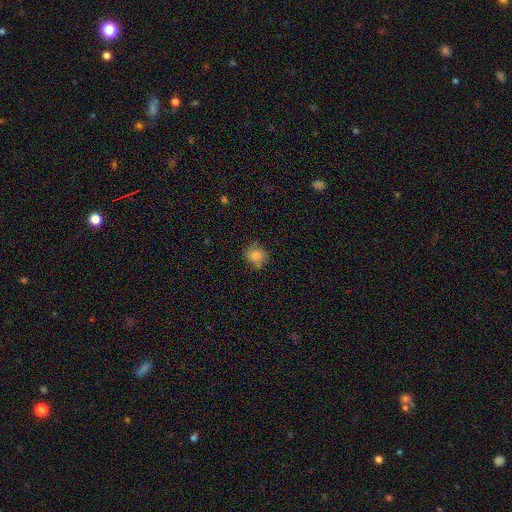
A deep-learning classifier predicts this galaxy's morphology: type=smooth (76%); roundness=round (81%); merging=none (73%).